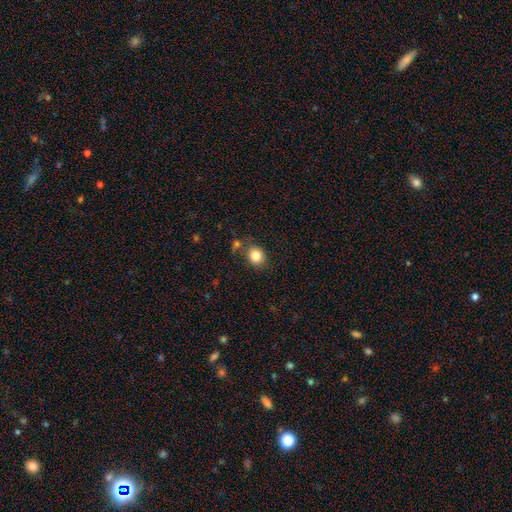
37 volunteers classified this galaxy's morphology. smooth_or_featured: smooth (p=0.92) [alt: star or artifact p=0.05]
how_rounded: round (p=0.79) [alt: in between p=0.21]
merging: none (p=0.66) [alt: merger p=0.20]